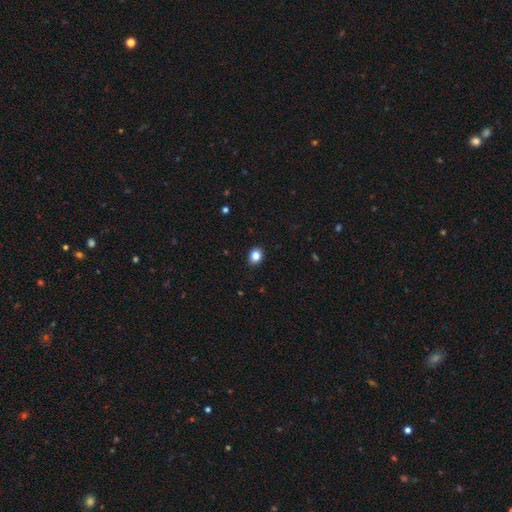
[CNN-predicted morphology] A smooth galaxy with no disk features (85%) that is round (52%).

Vote fractions:
- Smooth or featured? smooth: 85% / star or artifact: 10% / featured or disk: 5%
- How rounded? round: 52% / in between: 47% / cigar-shaped: 1%
- Merging? none: 90% / minor disturbance: 7% / major disturbance: 2% / merger: 1%